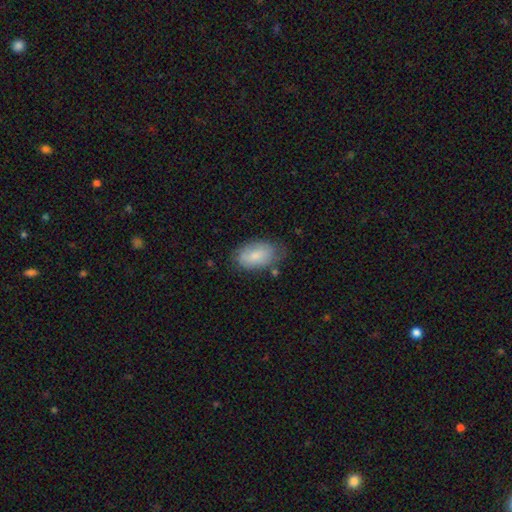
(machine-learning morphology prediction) Overall: smooth (79%). How rounded: in between (93%). Merging: none (66%).